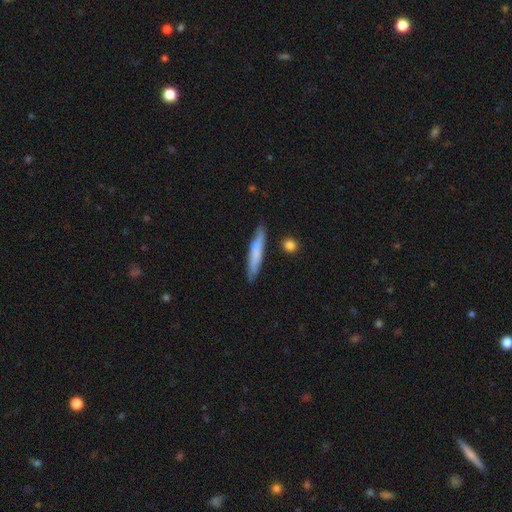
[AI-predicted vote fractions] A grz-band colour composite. It shows a smooth galaxy with no disk features (63%) that is cigar-shaped (91%). Merging: none (79%).